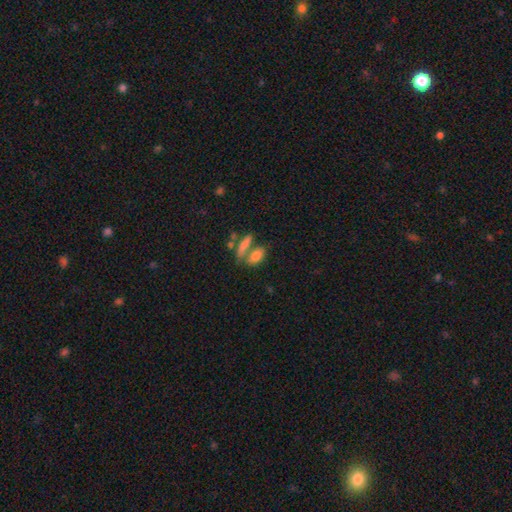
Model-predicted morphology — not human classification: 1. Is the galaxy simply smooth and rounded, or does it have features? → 77% smooth, 14% featured or disk, 9% star or artifact.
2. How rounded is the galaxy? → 73% in between, 22% cigar-shaped, 5% round.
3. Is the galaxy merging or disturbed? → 45% none, 38% merger, 11% minor disturbance, 6% major disturbance.